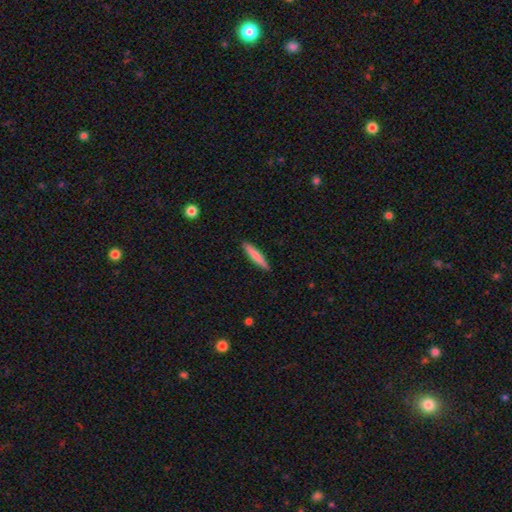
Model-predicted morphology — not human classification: The model was most divided on "smooth or featured": smooth: 78%, featured or disk: 16%, star or artifact: 5%. More confident: how rounded — cigar-shaped (91%); merging — none (90%).